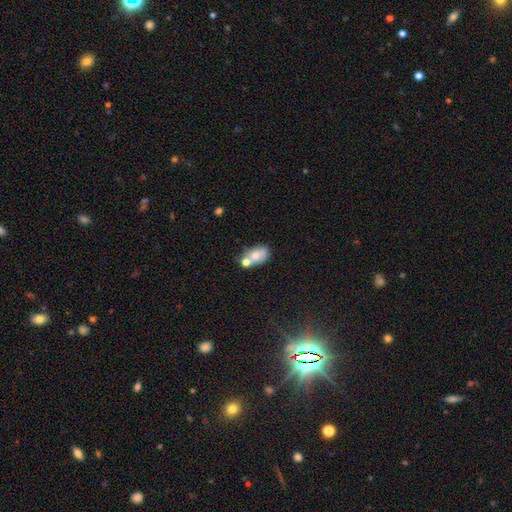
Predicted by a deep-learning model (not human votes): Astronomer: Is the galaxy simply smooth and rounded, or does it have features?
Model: smooth — 63%.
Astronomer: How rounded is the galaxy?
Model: in between — 79%.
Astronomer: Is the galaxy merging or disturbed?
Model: merger — 44% (runner-up: none, 31%).